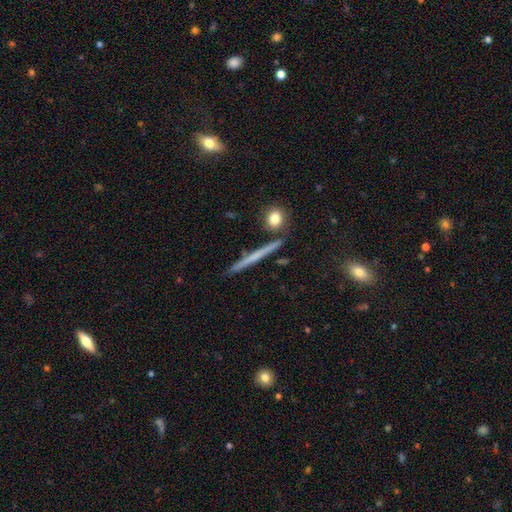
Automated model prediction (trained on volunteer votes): This is possibly a featured or disk galaxy (52%). It is clearly viewed edge-on (97%). Edge-on bulge: clearly none (82%). Merging: clearly none (89%).